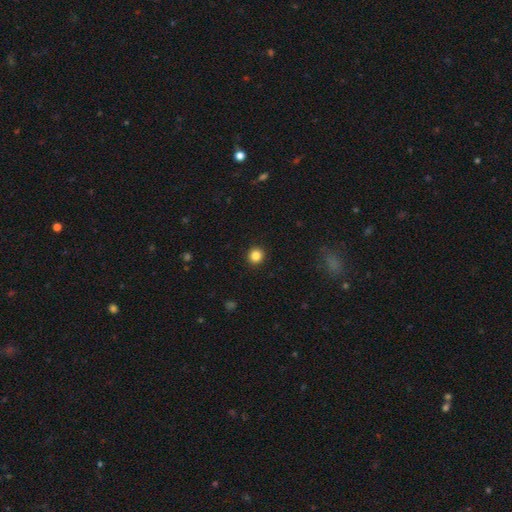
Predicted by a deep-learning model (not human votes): Q: Smooth or featured?
A: smooth (85%); runner-up: star or artifact (11%)
Q: How rounded?
A: round (92%); runner-up: in between (7%)
Q: Merging?
A: none (93%); runner-up: minor disturbance (4%)